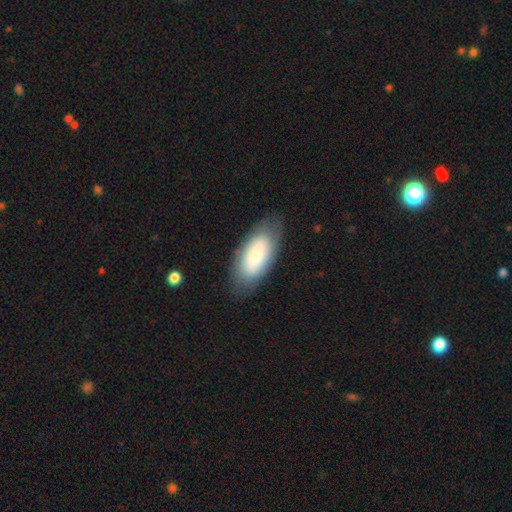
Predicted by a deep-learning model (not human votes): Morphology: type=smooth (74%); roundness=in between (91%); merging=none (76%).